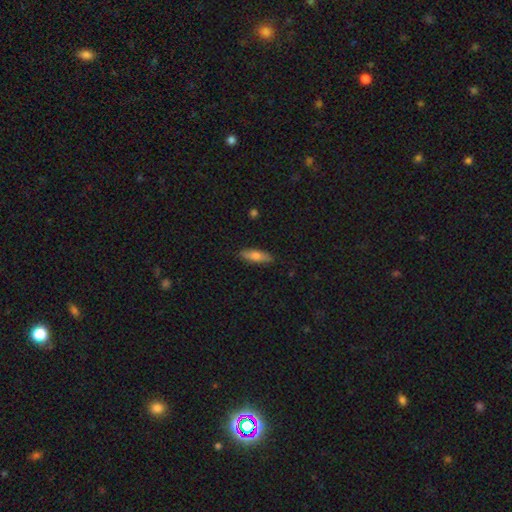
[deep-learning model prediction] A smooth galaxy with no disk features (75%) that is in between round and cigar-shaped (49%, tied with cigar-shaped).

Vote fractions:
- Smooth or featured? smooth: 75% / featured or disk: 19% / star or artifact: 6%
- How rounded? in between: 49% (tied) / cigar-shaped: 49% (tied) / round: 2%
- Merging? none: 87% / minor disturbance: 10% / major disturbance: 2% / merger: 1%